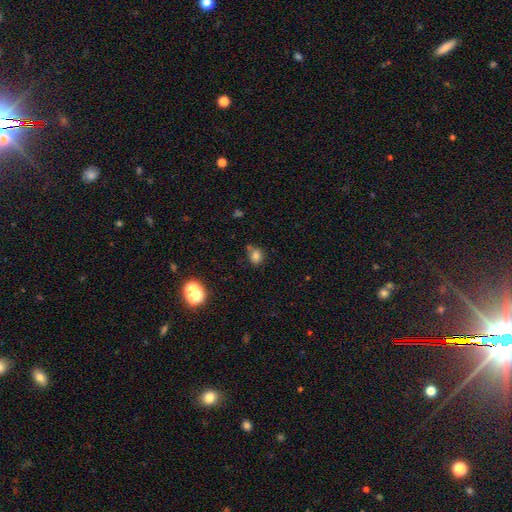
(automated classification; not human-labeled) Smooth or featured?
  - smooth: 78% *
  - star or artifact: 15%
  - featured or disk: 8%
How rounded?
  - round: 65% *
  - in between: 34%
  - cigar-shaped: 1%
Merging?
  - none: 61% *
  - minor disturbance: 22%
  - merger: 11%
  - major disturbance: 6%